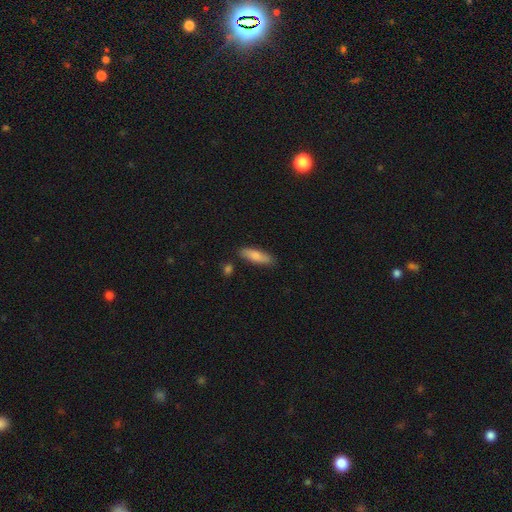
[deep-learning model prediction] Smooth or featured? smooth (81%)
How rounded? in between (50%)
Merging? none (82%)